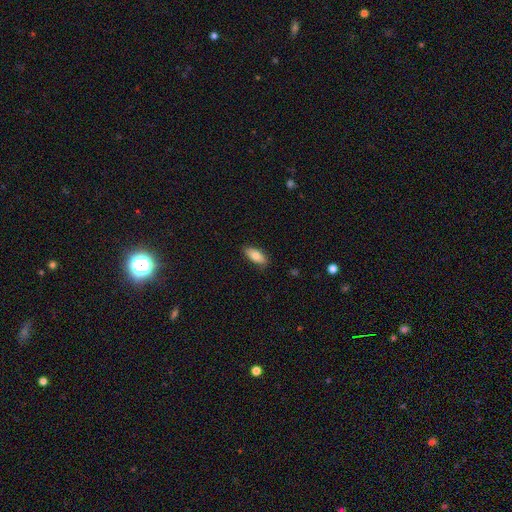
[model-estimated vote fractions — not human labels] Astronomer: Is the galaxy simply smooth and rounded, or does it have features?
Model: smooth — 77%.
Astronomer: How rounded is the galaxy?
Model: in between — 84%.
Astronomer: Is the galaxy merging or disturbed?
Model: none — 85%.